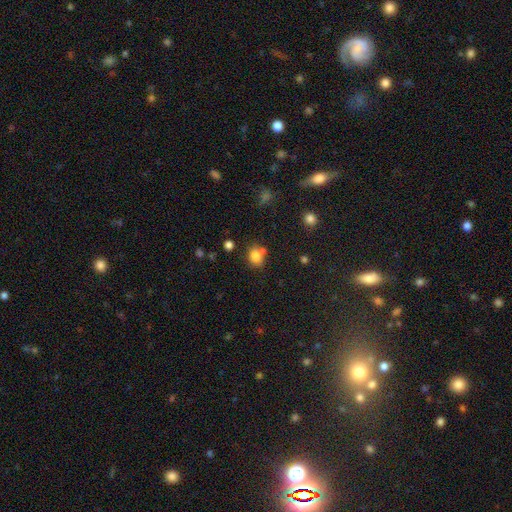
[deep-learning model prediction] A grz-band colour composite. It shows a smooth galaxy with no disk features (81%) that is in between round and cigar-shaped (51%). Merging: none (61%).